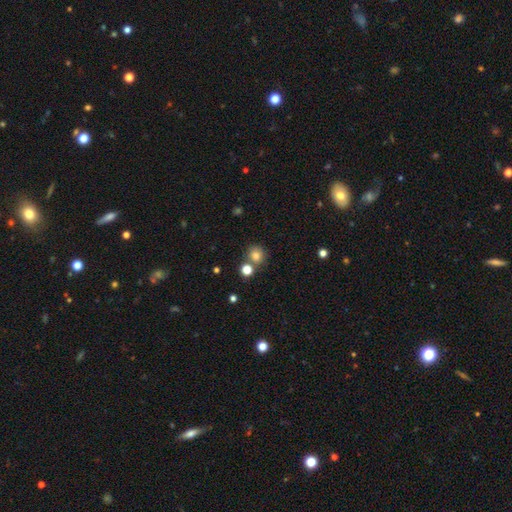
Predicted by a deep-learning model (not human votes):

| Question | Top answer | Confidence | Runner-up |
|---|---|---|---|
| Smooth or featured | smooth | 79% | star or artifact (14%) |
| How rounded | round | 87% | in between (12%) |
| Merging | none | 70% | merger (17%) |